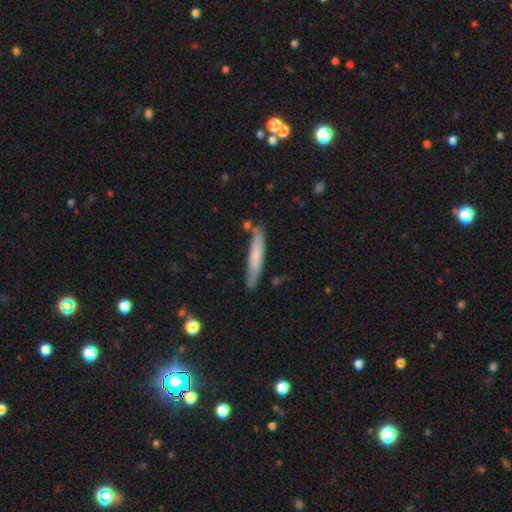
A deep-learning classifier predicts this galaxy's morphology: This is likely a smooth galaxy (69%). How rounded: clearly cigar-shaped (93%). Merging: likely none (78%).